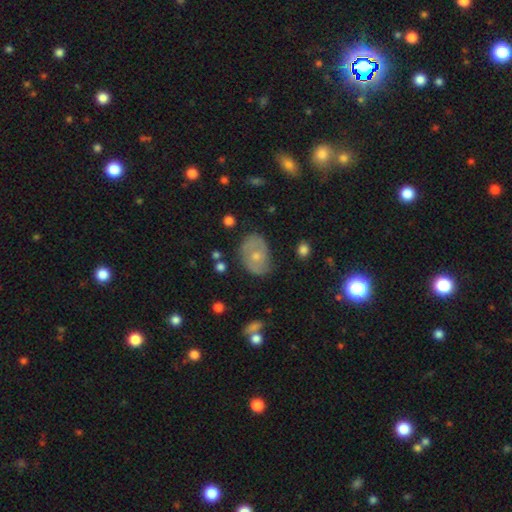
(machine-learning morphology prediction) Smooth or featured: featured or disk — 50% (smooth — 40%)
Edge-on disk: no — 95% (yes — 5%)
Merging: none — 66% (minor disturbance — 24%)